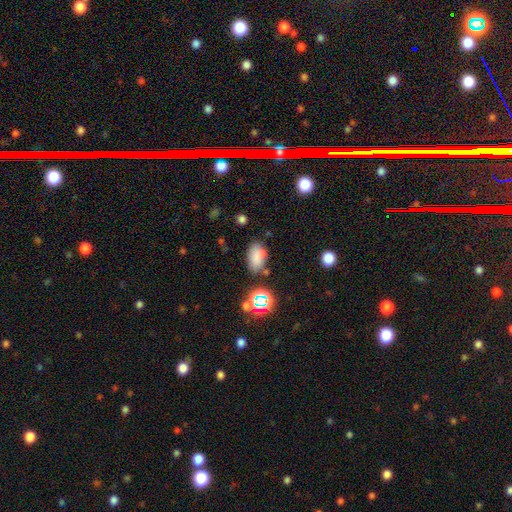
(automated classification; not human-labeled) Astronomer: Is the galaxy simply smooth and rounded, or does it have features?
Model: smooth — 72%.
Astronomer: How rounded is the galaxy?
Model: in between — 88%.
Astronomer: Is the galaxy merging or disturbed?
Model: none — 61%.